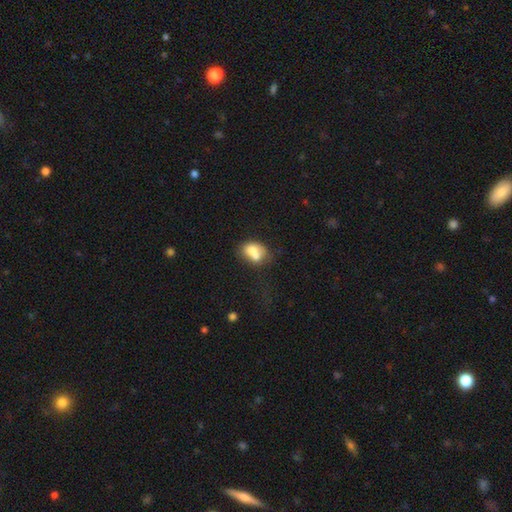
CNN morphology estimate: Smooth or featured?
  - smooth: 66% *
  - featured or disk: 25%
  - star or artifact: 9%
How rounded?
  - in between: 65% *
  - round: 33%
  - cigar-shaped: 1%
Merging?
  - merger: 53% *
  - none: 27%
  - minor disturbance: 13%
  - major disturbance: 7%